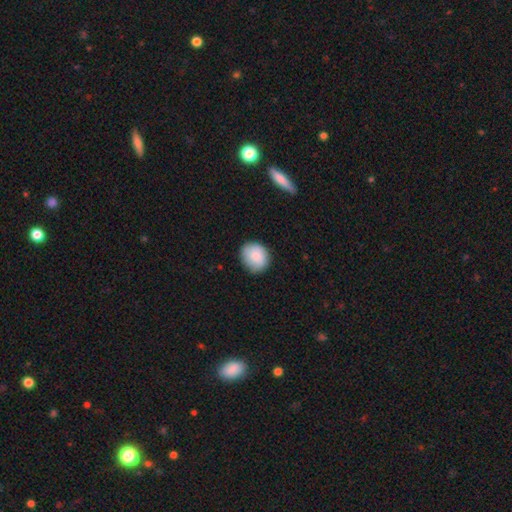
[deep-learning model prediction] smooth_or_featured: smooth (p=0.86) [alt: featured or disk p=0.07]
how_rounded: round (p=0.72) [alt: in between p=0.27]
merging: none (p=0.83) [alt: minor disturbance p=0.13]